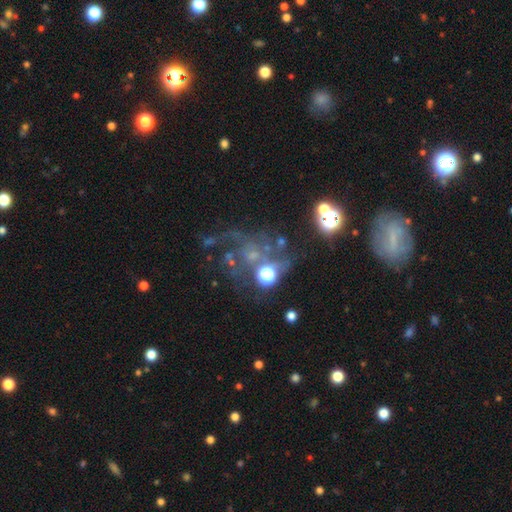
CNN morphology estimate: Smooth or featured?
  - featured or disk: 52% *
  - star or artifact: 31%
  - smooth: 18%
Edge-on disk?
  - no: 97% *
  - yes: 3%
Bar?
  - no: 79% *
  - weak: 16%
  - strong: 4%
Spiral arms?
  - yes: 62% *
  - no: 38%
Bulge size?
  - small: 35% *
  - none: 33%
  - moderate: 24%
  - large: 6%
  - dominant: 3%
Merging?
  - none: 44% *
  - major disturbance: 29%
  - minor disturbance: 15%
  - merger: 11%